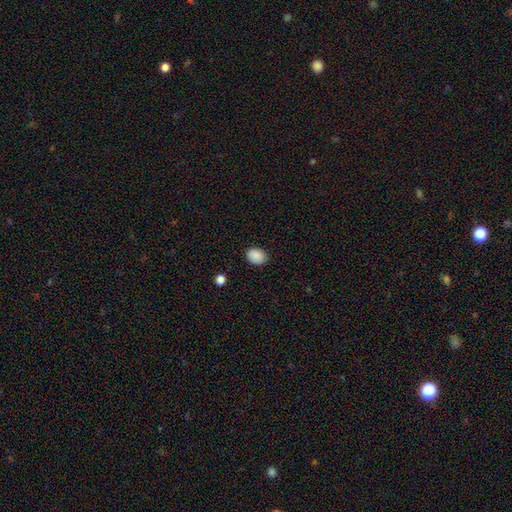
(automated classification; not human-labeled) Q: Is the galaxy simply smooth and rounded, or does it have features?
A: smooth — 89%.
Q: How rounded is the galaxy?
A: in between — 65%.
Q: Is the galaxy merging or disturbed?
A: none — 87%.